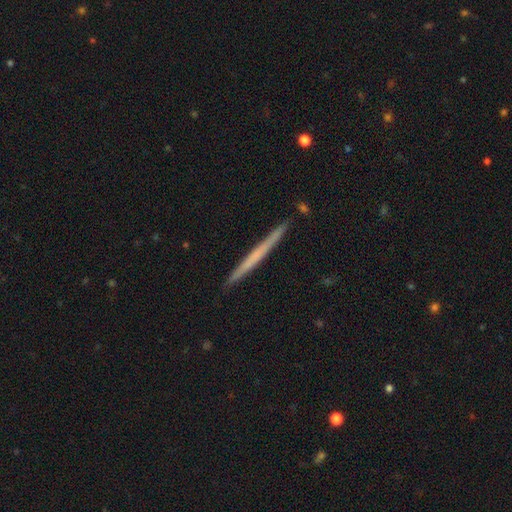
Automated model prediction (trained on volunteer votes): Smooth or featured?
  - featured or disk: 48% *
  - smooth: 46%
  - star or artifact: 6%
Merging?
  - none: 91% *
  - minor disturbance: 6%
  - merger: 1%
  - major disturbance: 1%